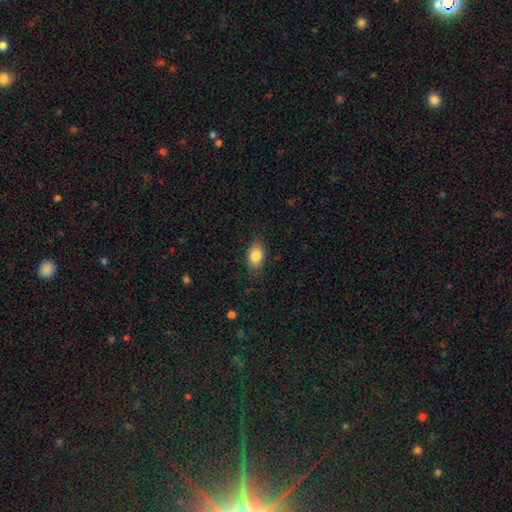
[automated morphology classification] Smooth or featured? smooth (84%)
How rounded? in between (85%)
Merging? none (83%)